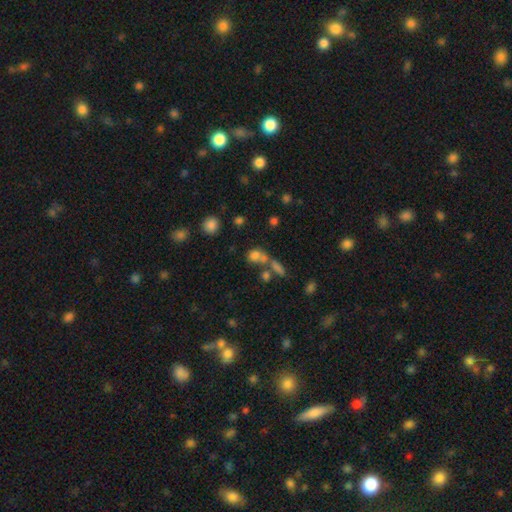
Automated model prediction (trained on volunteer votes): This appears to be a smooth galaxy with no disk features (71%) that is round (54%). Merging: merger (48%).